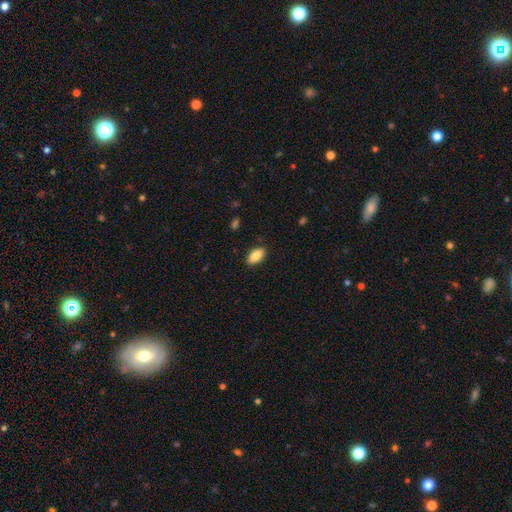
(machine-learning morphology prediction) smooth 82%, featured or disk 11%, star or artifact 7%. Down the decision tree: how rounded — in between (89%); merging — none (87%).